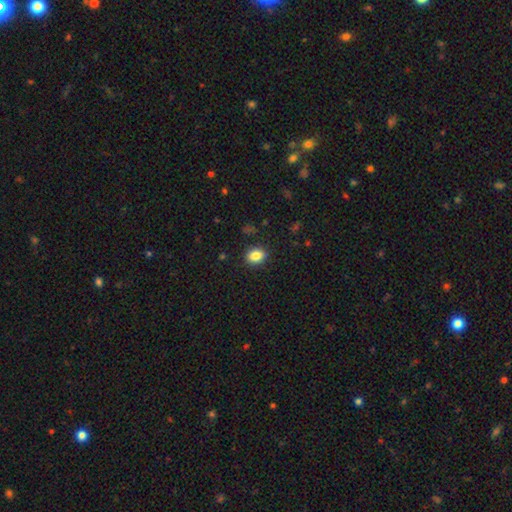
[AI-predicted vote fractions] Q: Smooth or featured?
A: smooth (85%); runner-up: star or artifact (10%)
Q: How rounded?
A: in between (62%); runner-up: round (37%)
Q: Merging?
A: none (88%); runner-up: minor disturbance (9%)